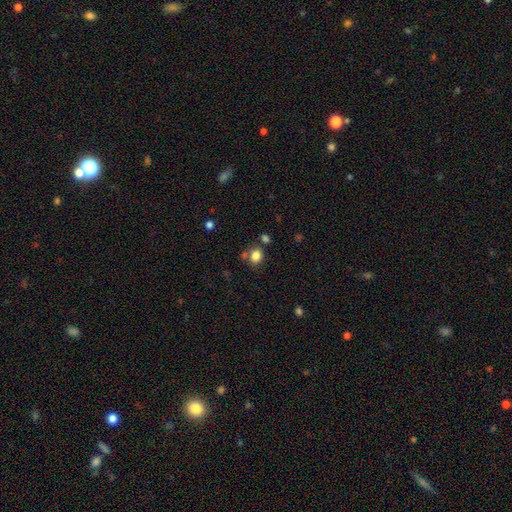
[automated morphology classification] Overall: smooth (83%). How rounded: round (60%; in between 39%). Merging: none (71%).